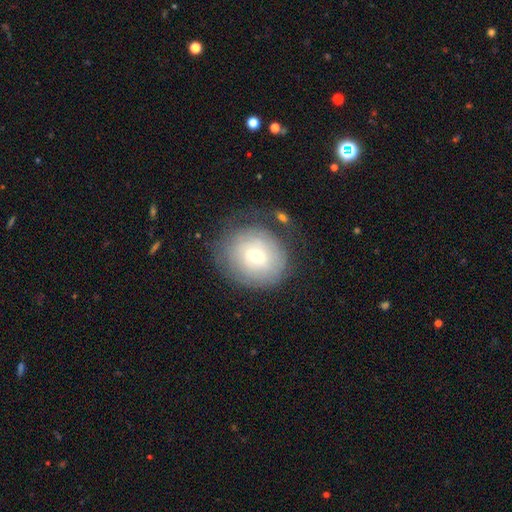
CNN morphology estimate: This is possibly a featured or disk galaxy (50%). Merging: likely none (63%).